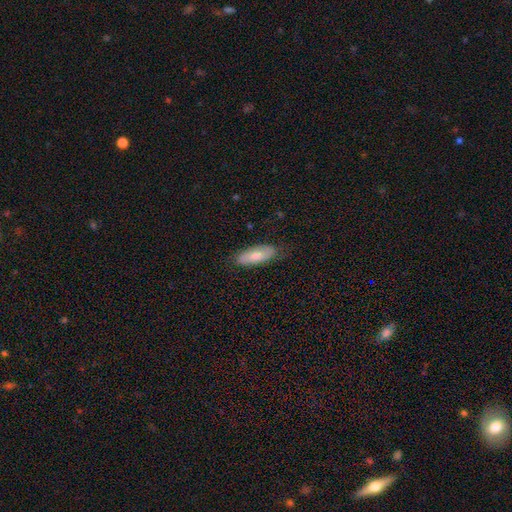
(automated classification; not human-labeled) A smooth galaxy with no disk features (70%) that is in between round and cigar-shaped (71%).

Vote fractions:
- Smooth or featured? smooth: 70% / featured or disk: 24% / star or artifact: 6%
- How rounded? in between: 71% / cigar-shaped: 27% / round: 2%
- Merging? none: 77% / minor disturbance: 18% / major disturbance: 4% / merger: 1%